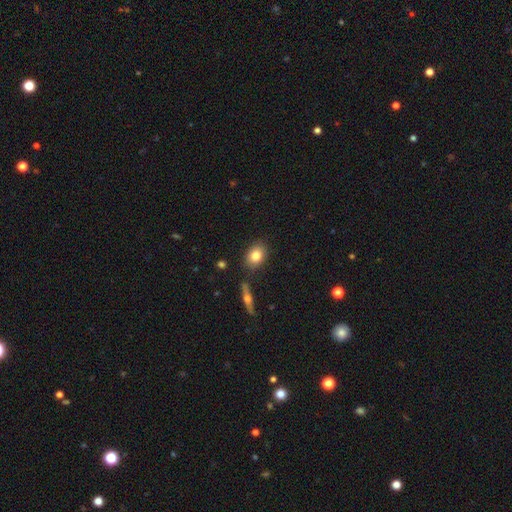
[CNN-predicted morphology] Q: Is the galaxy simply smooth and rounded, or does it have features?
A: smooth — 82%.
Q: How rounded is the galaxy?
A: in between — 69%.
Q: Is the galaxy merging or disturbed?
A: none — 82%.